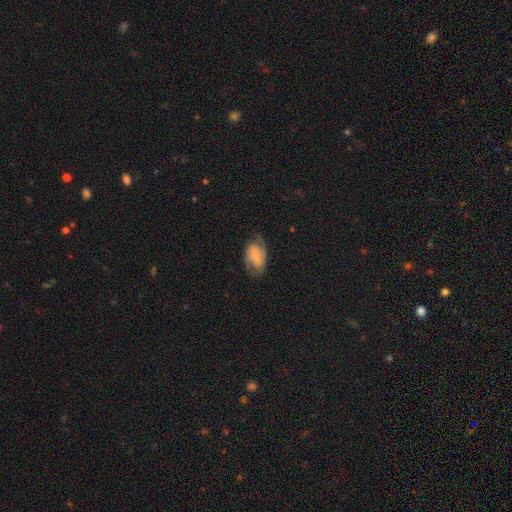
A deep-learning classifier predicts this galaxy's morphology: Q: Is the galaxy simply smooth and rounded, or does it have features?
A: featured or disk — 53%.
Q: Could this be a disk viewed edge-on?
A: no — 96%.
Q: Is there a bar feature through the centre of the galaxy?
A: weak — 44%.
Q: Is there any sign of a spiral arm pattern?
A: yes — 86%.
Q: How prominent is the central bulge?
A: small — 53%.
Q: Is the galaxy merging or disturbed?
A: none — 68%.